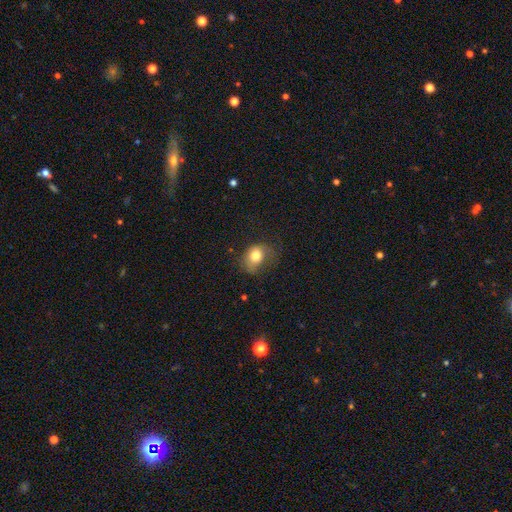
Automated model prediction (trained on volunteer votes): smooth-or-featured: smooth: 76% | featured or disk: 14% | star or artifact: 10%
  how-rounded: in between: 54% | round: 45% | cigar-shaped: 1%
  merging: none: 46% | minor disturbance: 31% | major disturbance: 21% | merger: 2%